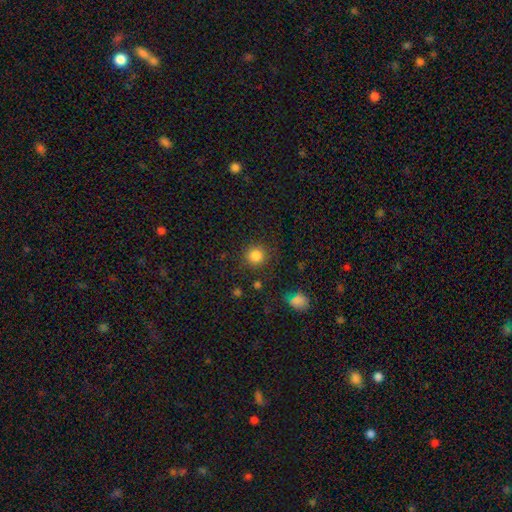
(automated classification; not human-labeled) This appears to be a smooth galaxy with no disk features (84%) that is round (93%). Merging: none (85%).